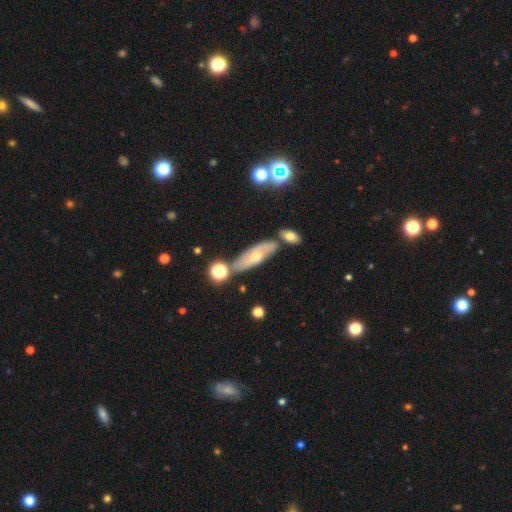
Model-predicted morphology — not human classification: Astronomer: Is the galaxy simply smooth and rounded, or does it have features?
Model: featured or disk — 55% (runner-up: smooth, 33%).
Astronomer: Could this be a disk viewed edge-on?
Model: no — 69%.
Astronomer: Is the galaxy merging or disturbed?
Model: none — 66%.